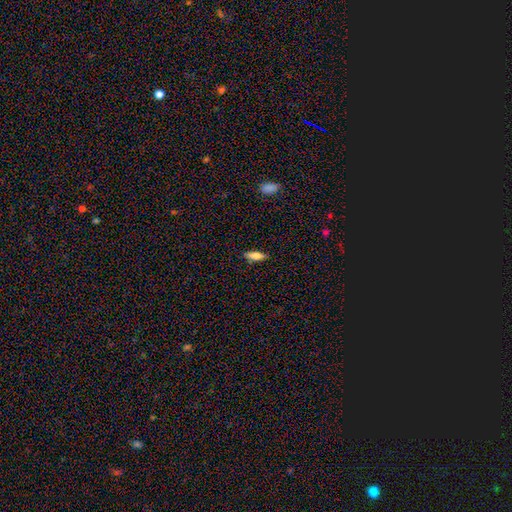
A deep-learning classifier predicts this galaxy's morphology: A smooth galaxy with no disk features (71%) that is in between round and cigar-shaped (56%).

Vote fractions:
- Smooth or featured? smooth: 71% / featured or disk: 21% / star or artifact: 8%
- How rounded? in between: 56% / cigar-shaped: 42% / round: 3%
- Merging? none: 87% / minor disturbance: 10% / major disturbance: 2% / merger: 1%